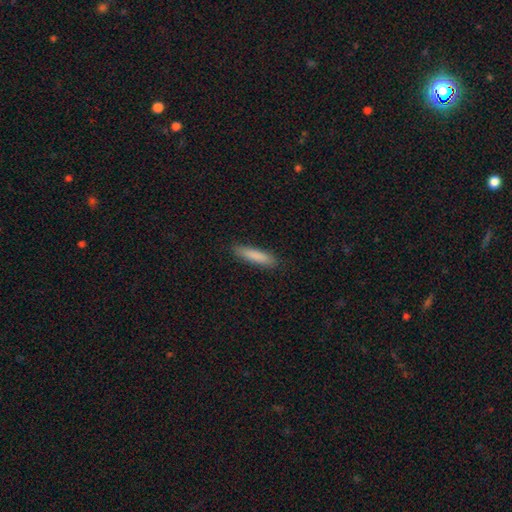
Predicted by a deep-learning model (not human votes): Overall: smooth (85%). How rounded: cigar-shaped (85%). Merging: none (88%).